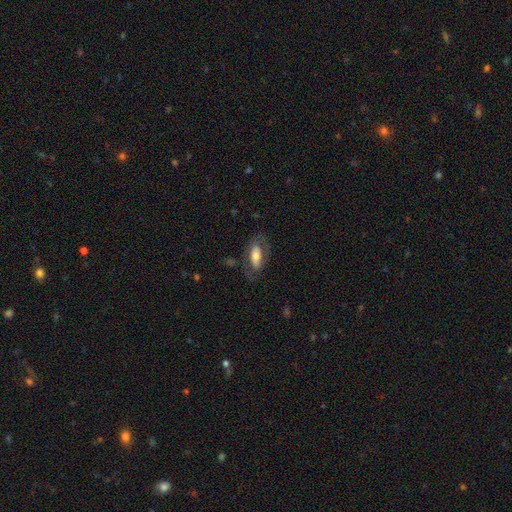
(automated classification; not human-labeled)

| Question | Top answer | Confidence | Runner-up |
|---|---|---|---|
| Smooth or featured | smooth | 54% | featured or disk (40%) |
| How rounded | in between | 84% | cigar-shaped (13%) |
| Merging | none | 66% | minor disturbance (18%) |